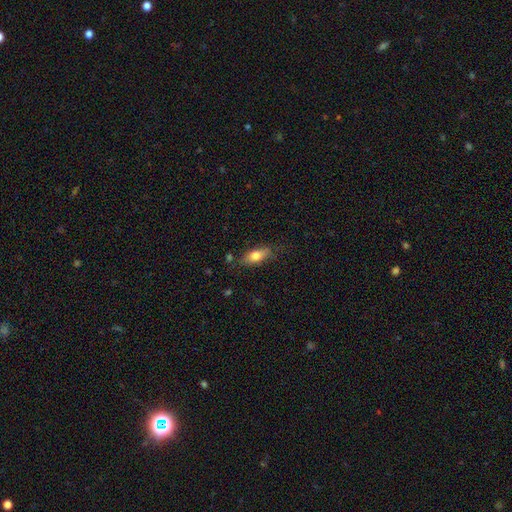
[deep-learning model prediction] smooth-or-featured: smooth: 71% | featured or disk: 21% | star or artifact: 7%
  how-rounded: in between: 74% | cigar-shaped: 21% | round: 4%
  merging: none: 73% | minor disturbance: 19% | major disturbance: 5% | merger: 3%